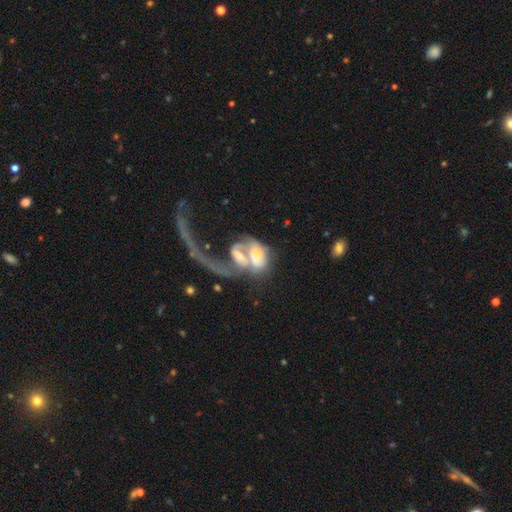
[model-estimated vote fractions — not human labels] A featured or disk galaxy (57%) with no bar (60%), spiral arms (56%) and a moderate central bulge (41%).

Vote fractions:
- Smooth or featured? featured or disk: 57% / smooth: 34% / star or artifact: 9%
- Edge-on disk? no: 95% / yes: 5%
- Bar? no: 60% / weak: 27% / strong: 14%
- Spiral arms? yes: 56% / no: 44%
- Bulge size? moderate: 41% / small: 25% / large: 16% / none: 14% / dominant: 4%
- Merging? merger: 68% / major disturbance: 20% / none: 7% / minor disturbance: 4%